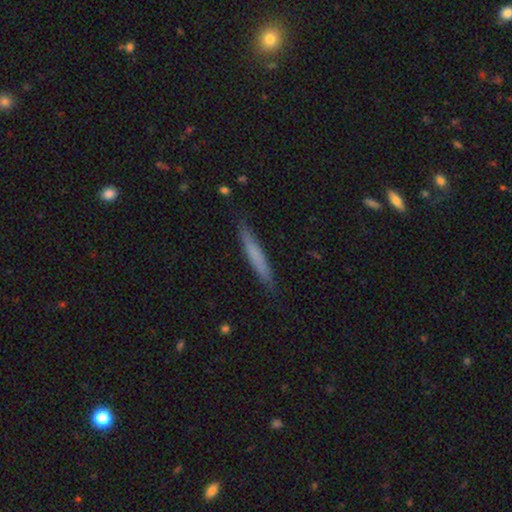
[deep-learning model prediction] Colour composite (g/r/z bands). It shows a smooth galaxy with no disk features (65%) that is cigar-shaped (96%). Merging: none (88%).